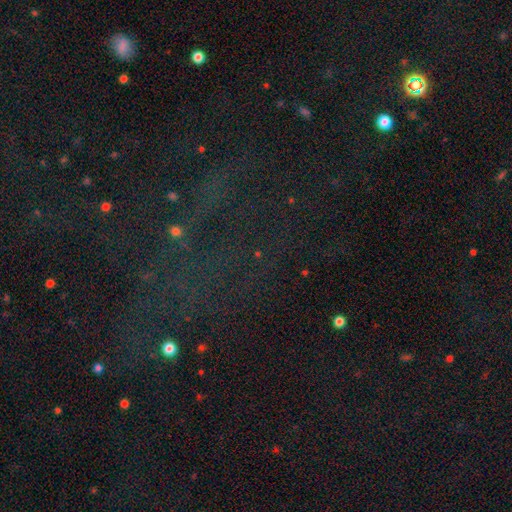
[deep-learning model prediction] Smooth or featured?
  - star or artifact: 70% *
  - smooth: 16%
  - featured or disk: 14%